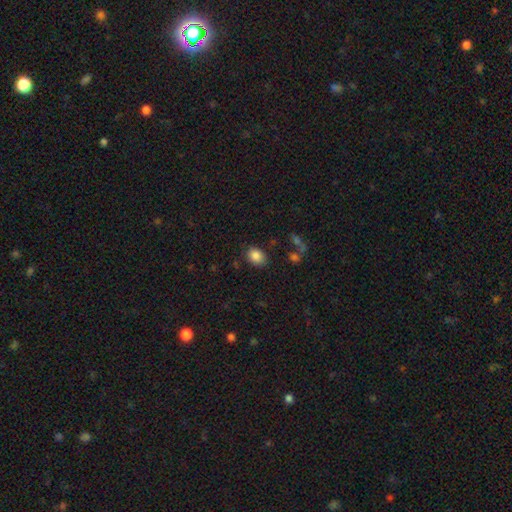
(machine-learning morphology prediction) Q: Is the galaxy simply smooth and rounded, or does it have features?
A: smooth — 86%.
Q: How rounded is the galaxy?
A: in between — 67%.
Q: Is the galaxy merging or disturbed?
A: none — 79%.